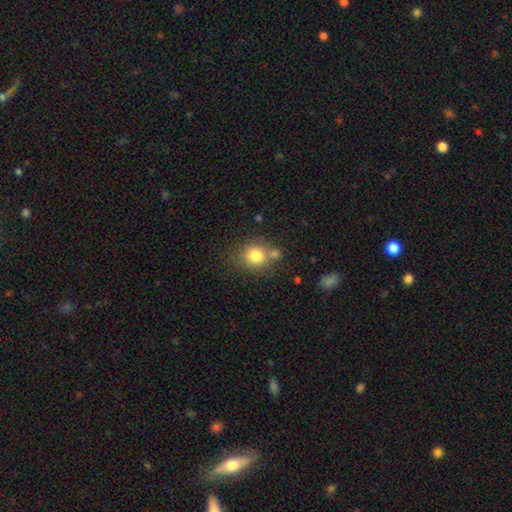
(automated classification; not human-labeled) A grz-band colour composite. It shows a smooth galaxy with no disk features (80%) that is round (81%). Merging: none (63%).